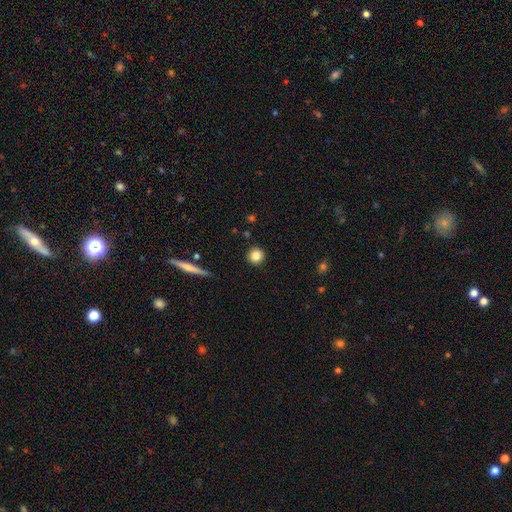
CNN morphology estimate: Smooth or featured?
  - smooth: 85% *
  - star or artifact: 10%
  - featured or disk: 5%
How rounded?
  - round: 93% *
  - in between: 6%
  - cigar-shaped: 1%
Merging?
  - none: 91% *
  - minor disturbance: 6%
  - major disturbance: 2%
  - merger: 1%